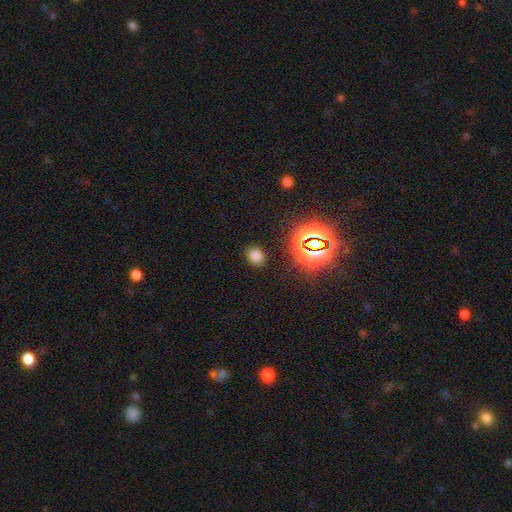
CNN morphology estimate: Overall: smooth (74%). How rounded: round (63%; in between 36%). Merging: none (87%).